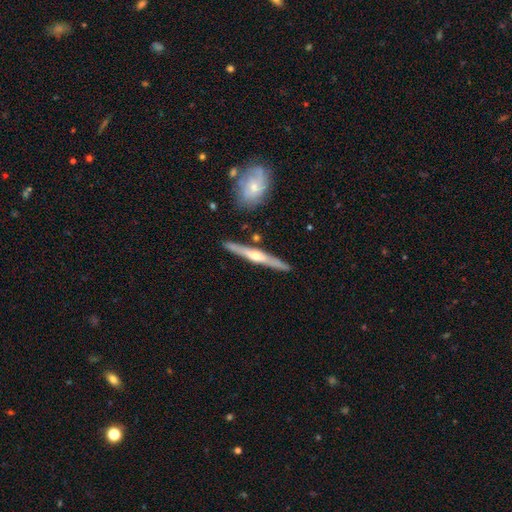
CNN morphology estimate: This is likely a featured or disk galaxy (68%). It is clearly viewed edge-on (96%). Edge-on bulge: clearly rounded (85%). Merging: clearly none (88%).